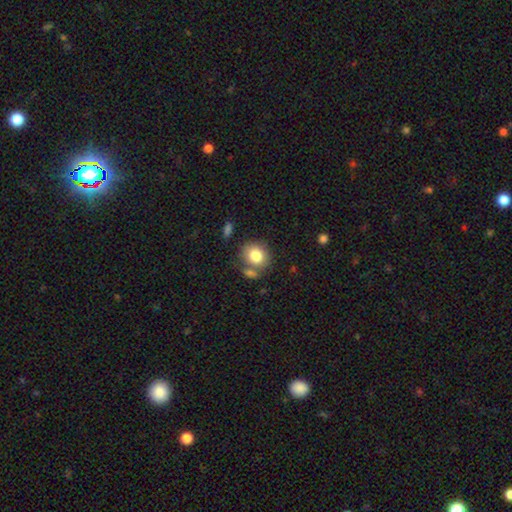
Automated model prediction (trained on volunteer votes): This is clearly a smooth galaxy (80%). How rounded: likely round (72%). Merging: likely none (61%).